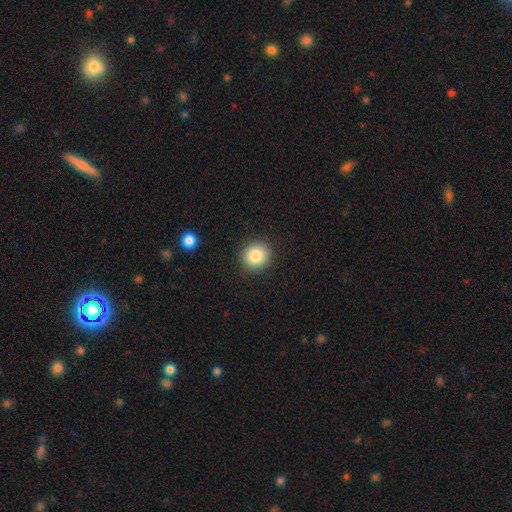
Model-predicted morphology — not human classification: Smooth or featured? smooth (86%)
How rounded? round (89%)
Merging? none (90%)